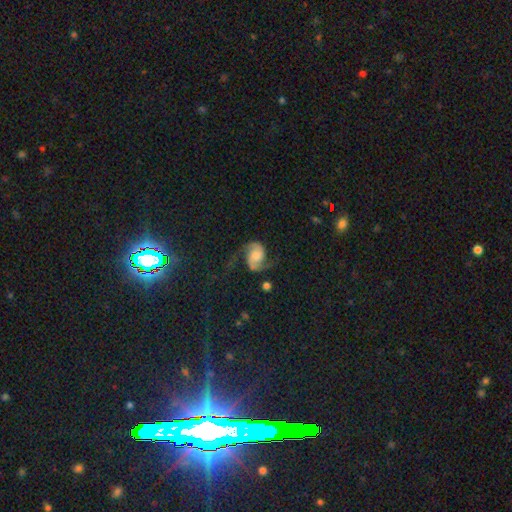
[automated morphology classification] A featured or disk galaxy (85%) with no bar (63%), 2 (94%) medium (45%) spiral arms (97%) and a moderate central bulge (33%). Merging: none (69%).